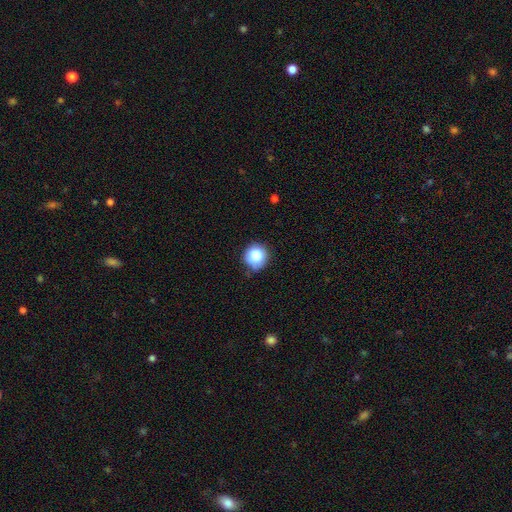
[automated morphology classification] smooth 86%, star or artifact 9%, featured or disk 5%. Down the decision tree: how rounded — round (93%); merging — none (74%).